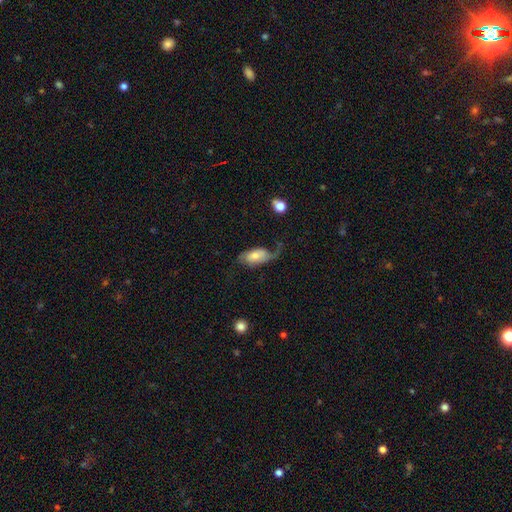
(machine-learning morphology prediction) The model was most divided on "merging" (2-way tie): none: 35%, major disturbance: 35%, minor disturbance: 26%, merger: 4%. Remaining: smooth or featured — smooth (47%).